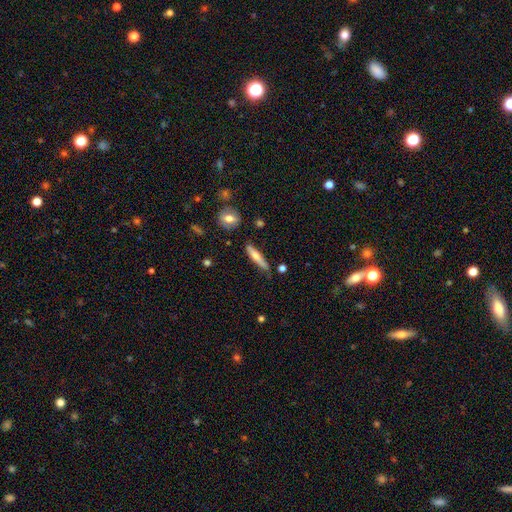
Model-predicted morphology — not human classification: type=smooth (50%); merging=none (75%).